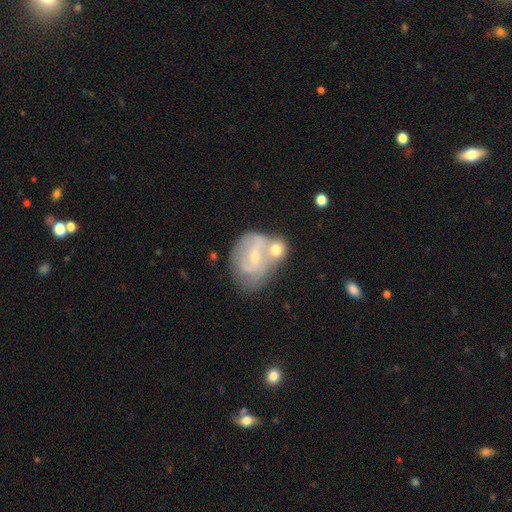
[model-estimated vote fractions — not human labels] A featured or disk galaxy (65%) with a weak bar (45%), spiral arms (66%) and a small central bulge (70%).

Vote fractions:
- Smooth or featured? featured or disk: 65% / smooth: 27% / star or artifact: 8%
- Edge-on disk? no: 96% / yes: 4%
- Bar? weak: 45% / no: 34% / strong: 21%
- Spiral arms? yes: 66% / no: 34%
- Bulge size? small: 70% / moderate: 25% / none: 3% / large: 1% / dominant: 1%
- Merging? merger: 39% / none: 32% / minor disturbance: 18% / major disturbance: 11%